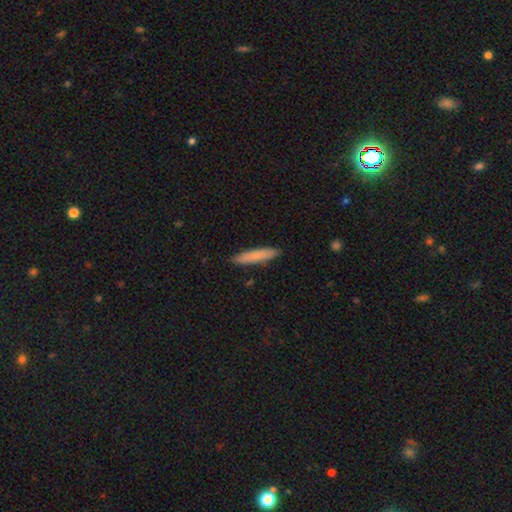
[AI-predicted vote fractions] Smooth or featured: smooth — 82% (featured or disk — 12%)
How rounded: cigar-shaped — 90% (in between — 8%)
Merging: none — 90% (minor disturbance — 8%)